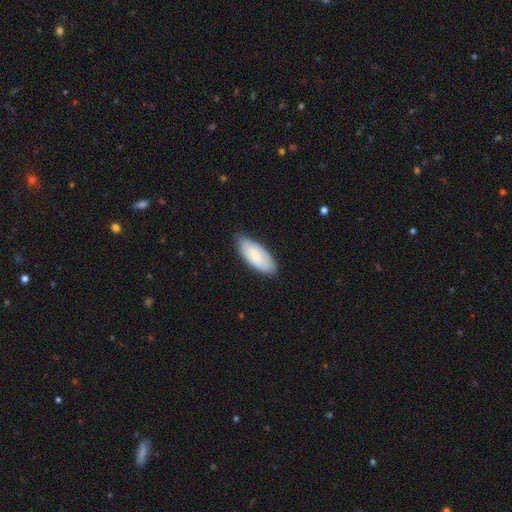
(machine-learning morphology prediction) smooth-or-featured: smooth: 70% | featured or disk: 25% | star or artifact: 6%
  how-rounded: in between: 86% | cigar-shaped: 13% | round: 2%
  merging: none: 77% | minor disturbance: 19% | major disturbance: 3% | merger: 1%